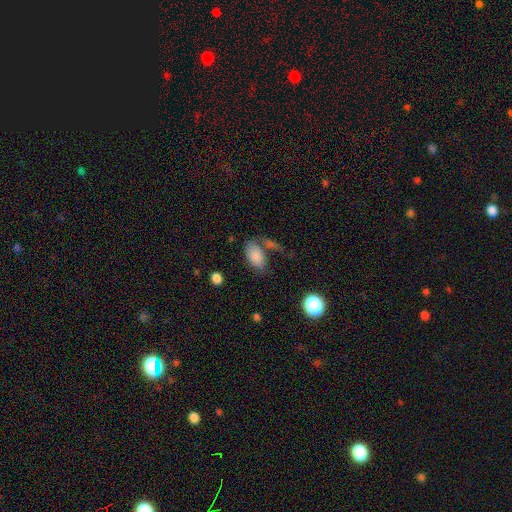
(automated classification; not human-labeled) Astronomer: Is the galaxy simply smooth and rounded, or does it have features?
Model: smooth — 84%.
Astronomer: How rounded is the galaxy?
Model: in between — 93%.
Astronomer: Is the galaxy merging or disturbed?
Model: none — 55%.